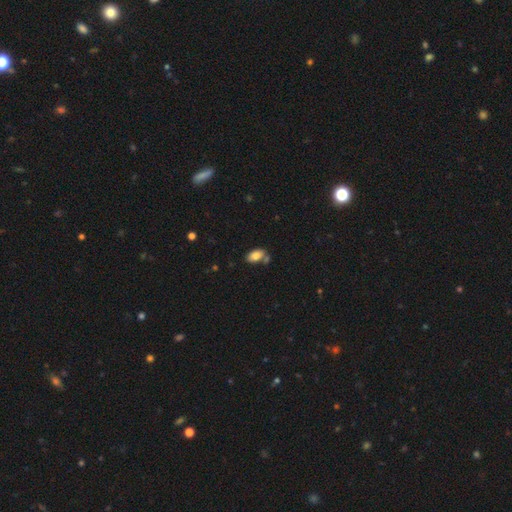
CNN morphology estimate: This is clearly a smooth galaxy (84%). How rounded: clearly in between (93%). Merging: likely none (61%).